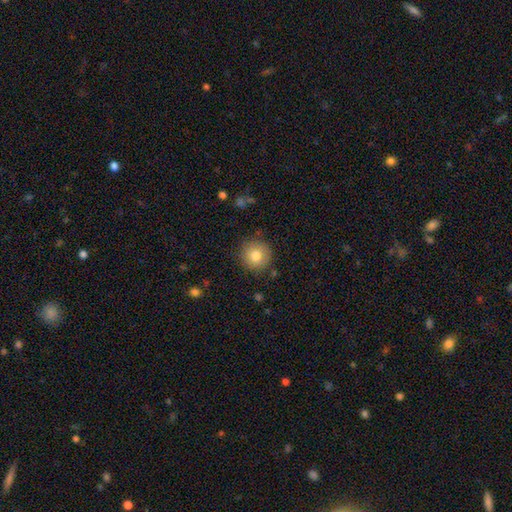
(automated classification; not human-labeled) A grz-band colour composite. It shows a smooth galaxy with no disk features (80%) that is round (94%). Merging: none (88%).